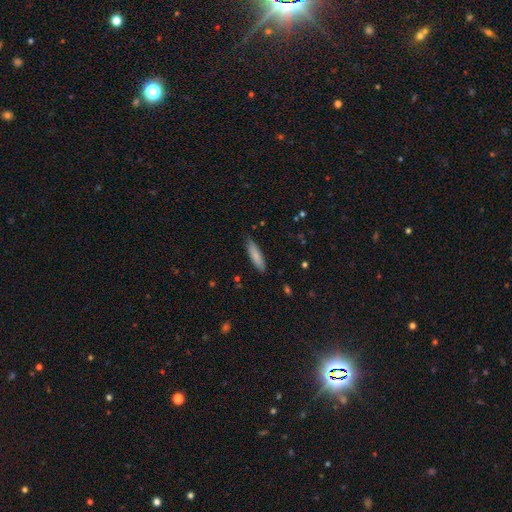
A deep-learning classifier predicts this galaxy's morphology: A smooth galaxy with no disk features (81%) that is cigar-shaped (64%).

Vote fractions:
- Smooth or featured? smooth: 81% / featured or disk: 13% / star or artifact: 6%
- How rounded? cigar-shaped: 64% / in between: 34% / round: 1%
- Merging? none: 82% / minor disturbance: 15% / major disturbance: 2% / merger: 1%